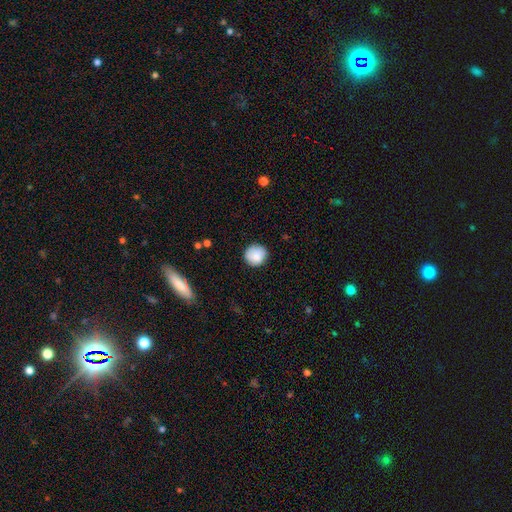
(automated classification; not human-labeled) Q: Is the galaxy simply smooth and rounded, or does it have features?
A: smooth — 85%.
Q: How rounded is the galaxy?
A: round — 91%.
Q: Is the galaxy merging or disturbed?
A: none — 85%.